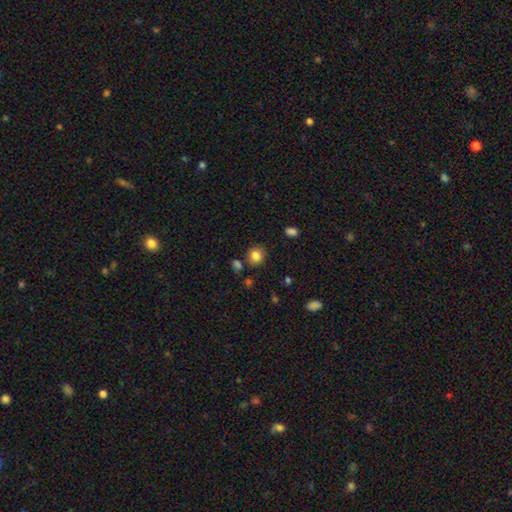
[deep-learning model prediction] This appears to be a smooth galaxy with no disk features (83%) that is round (83%). Merging: none (82%).